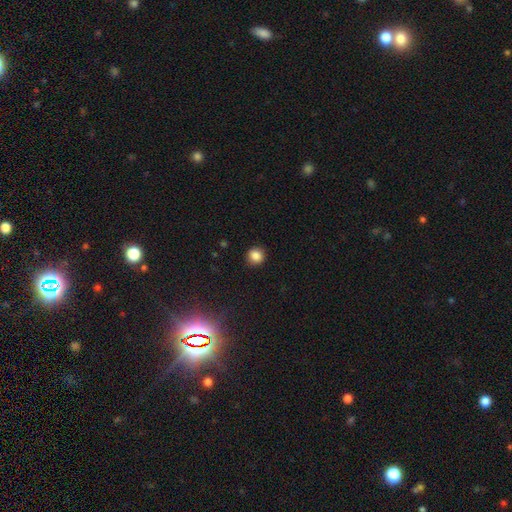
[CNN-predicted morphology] A smooth galaxy with no disk features (85%) that is round (92%).

Vote fractions:
- Smooth or featured? smooth: 85% / star or artifact: 11% / featured or disk: 4%
- How rounded? round: 92% / in between: 7% / cigar-shaped: 1%
- Merging? none: 92% / minor disturbance: 6% / major disturbance: 2% / merger: 1%